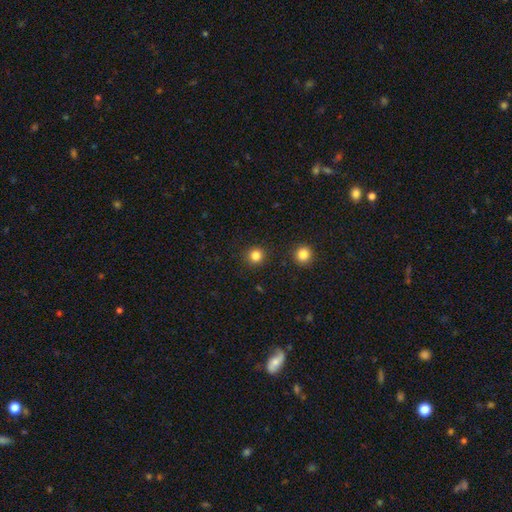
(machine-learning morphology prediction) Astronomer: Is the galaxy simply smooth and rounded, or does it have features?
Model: smooth — 83%.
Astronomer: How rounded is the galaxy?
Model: round — 91%.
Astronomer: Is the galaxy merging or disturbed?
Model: none — 90%.